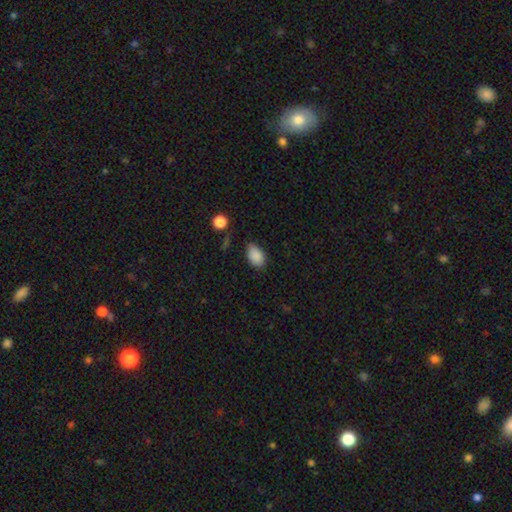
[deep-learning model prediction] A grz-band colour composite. It shows a smooth galaxy with no disk features (87%) that is in between round and cigar-shaped (87%). Merging: none (70%).